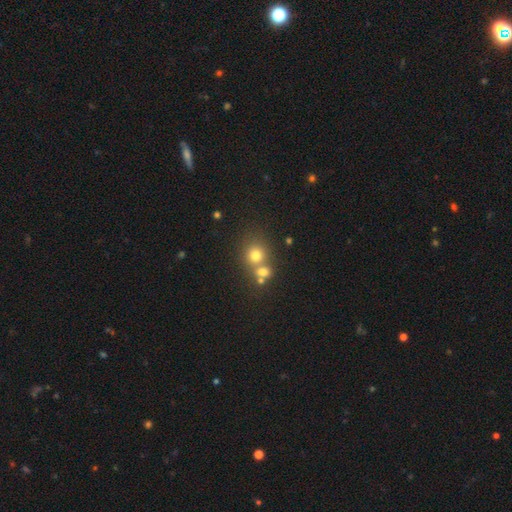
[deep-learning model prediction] A smooth galaxy with no disk features (74%) that is round (81%). Merging: none (46%).